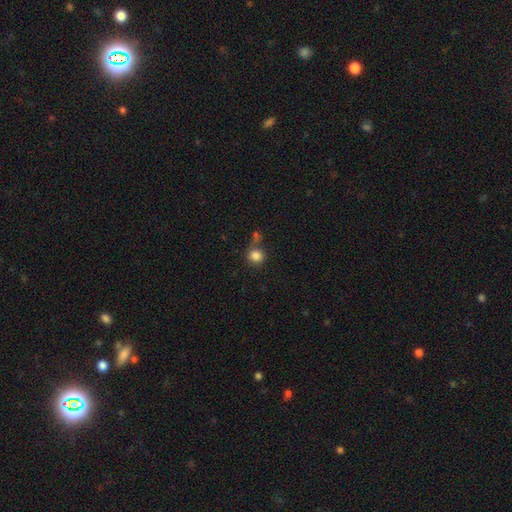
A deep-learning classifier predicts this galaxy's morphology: A smooth galaxy with no disk features (84%) that is round (85%). Merging: none (64%).